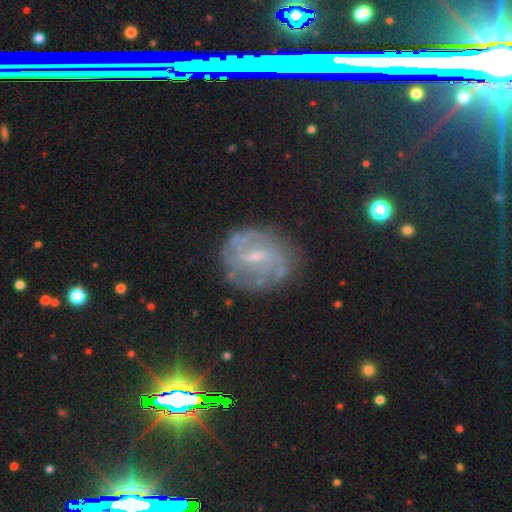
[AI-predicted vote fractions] This is likely a featured or disk galaxy (77%). It is clearly not viewed edge-on (97%). Bar: possibly weak (58%). Spiral arm pattern: clearly yes (88%). Spiral arm count: marginally can't tell (37%). Spiral winding: marginally tight (43%). Central bulge: likely small (66%). Merging: likely none (74%).